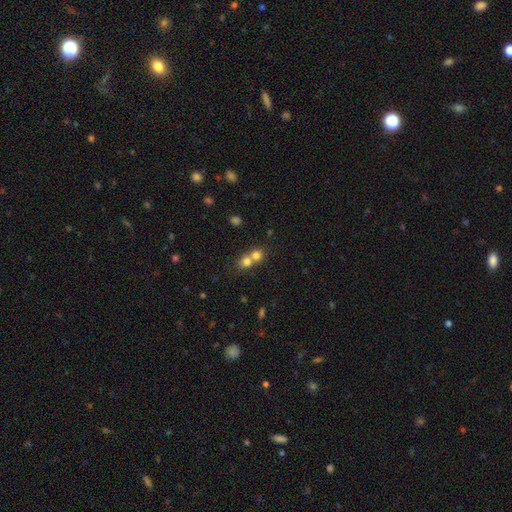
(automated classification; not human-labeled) smooth_or_featured: smooth (p=0.73) [alt: featured or disk p=0.14]
how_rounded: round (p=0.75) [alt: in between p=0.23]
merging: merger (p=0.66) [alt: none p=0.27]